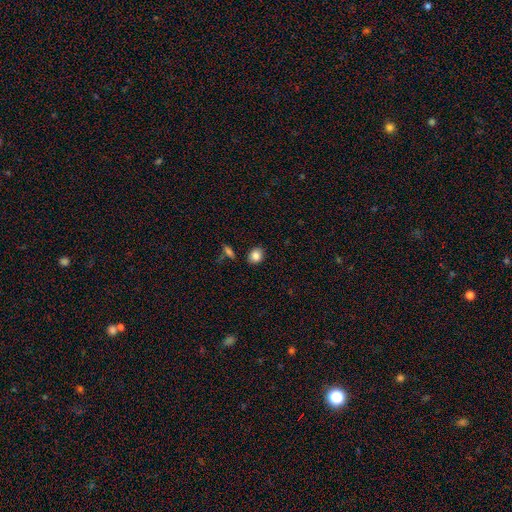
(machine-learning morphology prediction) Overall: smooth (85%). How rounded: round (51%; in between 47%). Merging: none (83%).